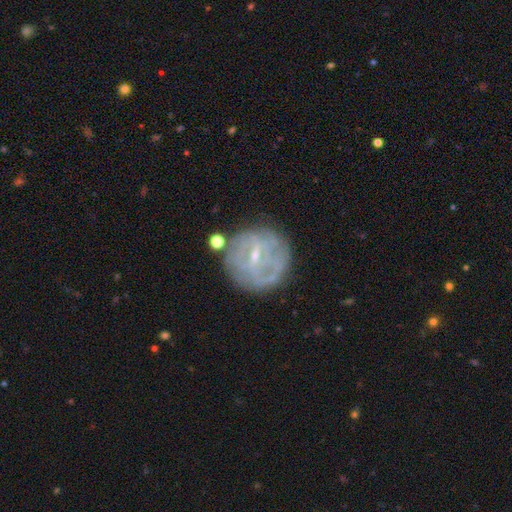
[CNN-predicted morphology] Smooth or featured? Predicted: featured or disk (p=0.65). Edge-on disk? Predicted: no (p=0.96). Bar? Predicted: weak (p=0.51). Spiral arms? Predicted: yes (p=0.55). Bulge size? Predicted: small (p=0.74). Merging? Predicted: none (p=0.71).